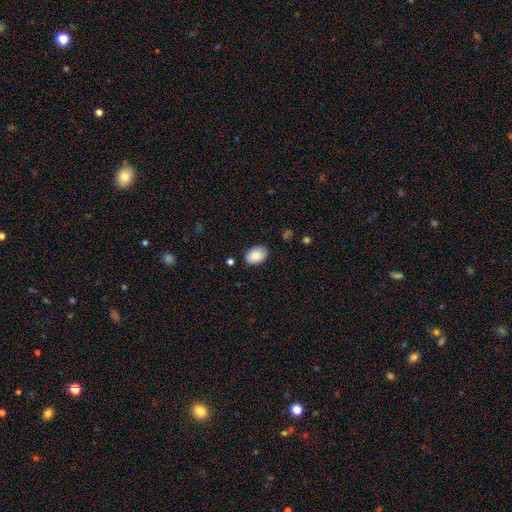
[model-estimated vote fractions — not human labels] This appears to be a smooth galaxy with no disk features (87%) that is in between round and cigar-shaped (84%). Merging: none (82%).